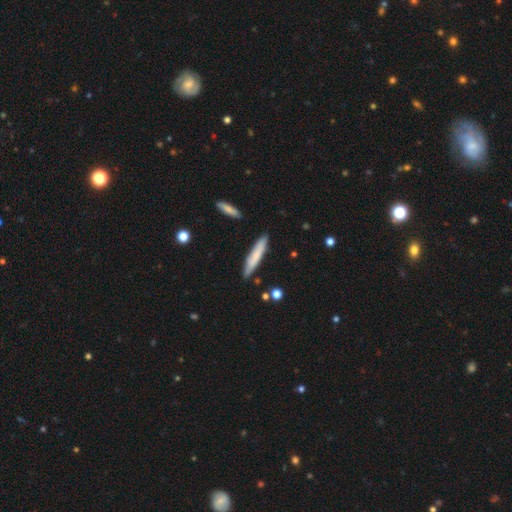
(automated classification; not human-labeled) Smooth or featured? smooth (71%)
How rounded? cigar-shaped (91%)
Merging? none (85%)